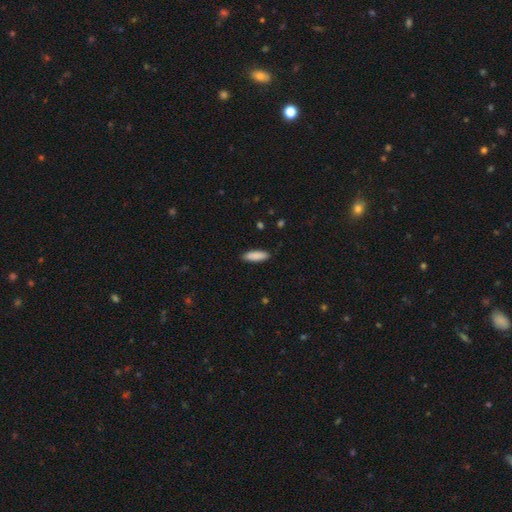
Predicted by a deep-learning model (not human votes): A smooth galaxy with no disk features (90%) that is in between round and cigar-shaped (54%). Merging: none (89%).